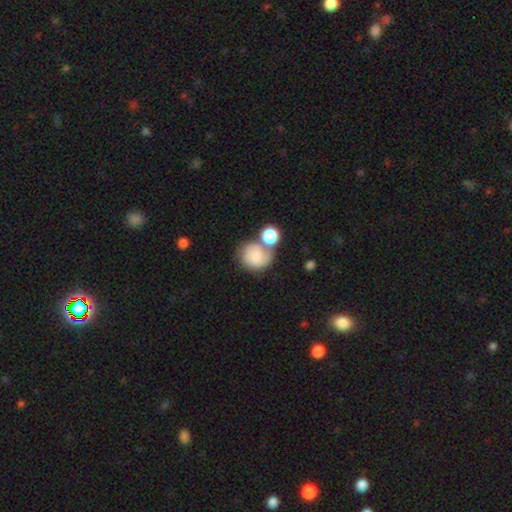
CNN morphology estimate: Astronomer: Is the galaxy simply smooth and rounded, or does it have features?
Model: smooth — 65%.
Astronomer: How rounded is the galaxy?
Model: round — 74%.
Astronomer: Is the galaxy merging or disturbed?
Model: merger — 44% (runner-up: none, 32%).